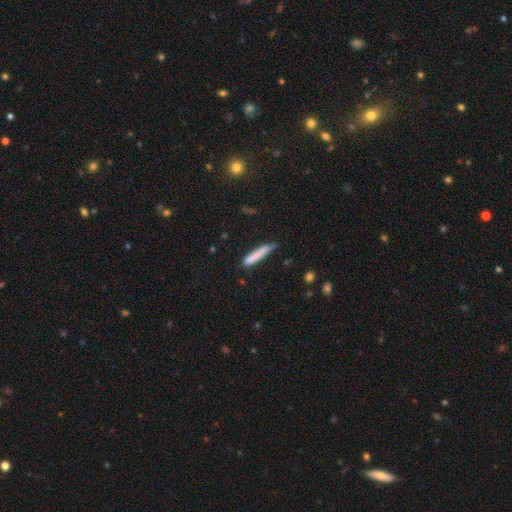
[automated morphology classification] This appears to be a smooth galaxy with no disk features (80%) that is cigar-shaped (91%). Merging: none (65%).